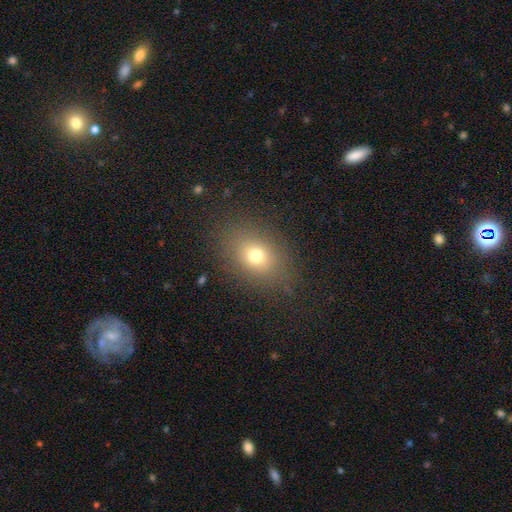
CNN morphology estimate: Smooth or featured?
  - smooth: 72% *
  - star or artifact: 15%
  - featured or disk: 13%
How rounded?
  - in between: 63% *
  - round: 36%
  - cigar-shaped: 1%
Merging?
  - none: 82% *
  - minor disturbance: 11%
  - major disturbance: 6%
  - merger: 1%